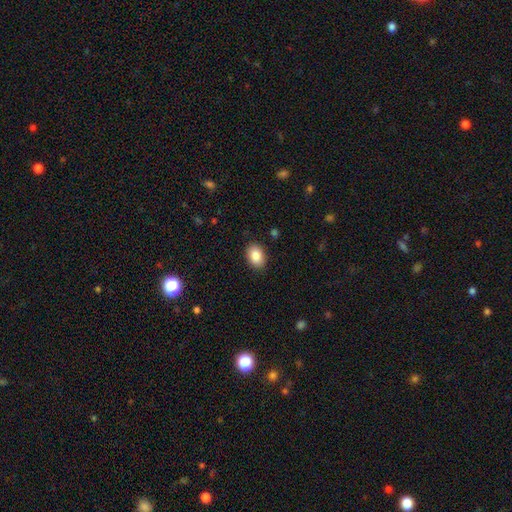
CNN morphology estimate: Q: Smooth or featured?
A: smooth (87%); runner-up: star or artifact (8%)
Q: How rounded?
A: in between (79%); runner-up: round (20%)
Q: Merging?
A: none (89%); runner-up: minor disturbance (8%)